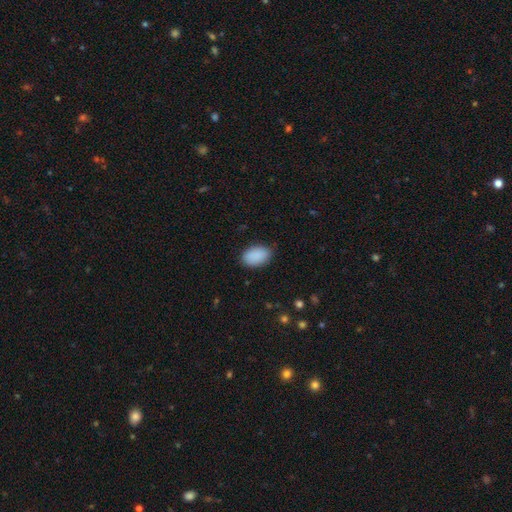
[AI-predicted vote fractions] Morphology: type=smooth (90%); roundness=in between (92%); merging=none (84%).